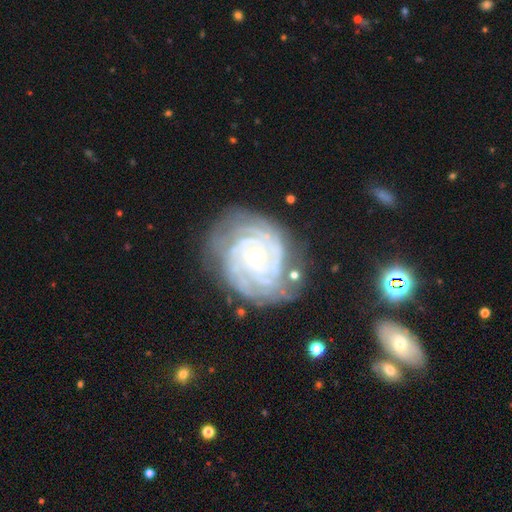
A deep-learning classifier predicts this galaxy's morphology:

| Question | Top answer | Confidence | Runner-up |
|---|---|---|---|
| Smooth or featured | featured or disk | 88% | smooth (6%) |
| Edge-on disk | no | 97% | yes (3%) |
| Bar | no | 77% | weak (17%) |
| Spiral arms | yes | 97% | no (3%) |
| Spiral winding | tight | 82% | medium (15%) |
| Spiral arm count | can't tell | 30% | 3 (19%) |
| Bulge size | small | 54% | moderate (43%) |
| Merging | none | 68% | minor disturbance (21%) |